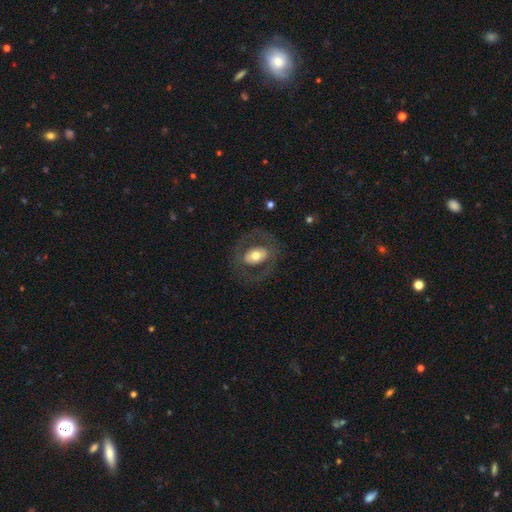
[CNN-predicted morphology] Smooth or featured? featured or disk (48%)
Merging? none (75%)